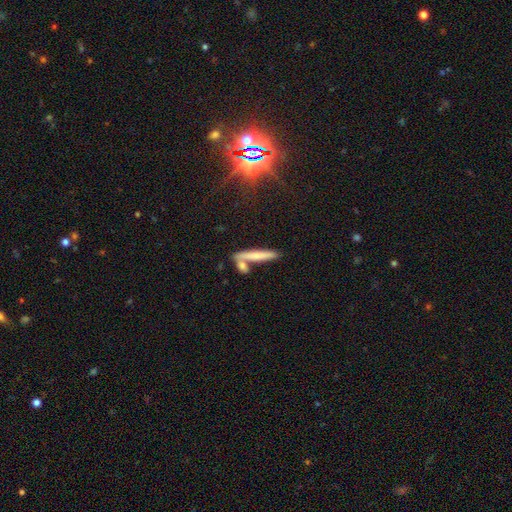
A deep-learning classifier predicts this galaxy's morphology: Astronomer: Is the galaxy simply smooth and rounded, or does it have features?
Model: smooth — 65%.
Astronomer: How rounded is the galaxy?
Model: cigar-shaped — 90%.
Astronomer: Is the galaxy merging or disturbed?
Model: none — 66%.